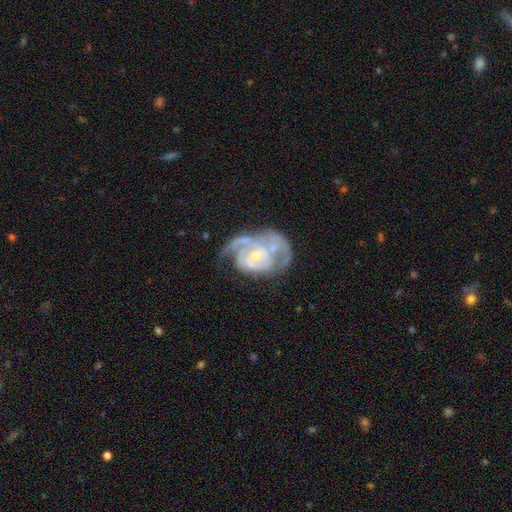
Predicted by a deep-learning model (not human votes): Smooth or featured: featured or disk — 84% (smooth — 10%)
Edge-on disk: no — 98% (yes — 2%)
Bar: no — 71% (weak — 24%)
Spiral arms: yes — 86% (no — 14%)
Spiral winding: tight — 50% (medium — 36%)
Spiral arm count: 2 — 34% (can't tell — 30%)
Bulge size: small — 66% (moderate — 29%)
Merging: none — 35% (major disturbance — 29%)